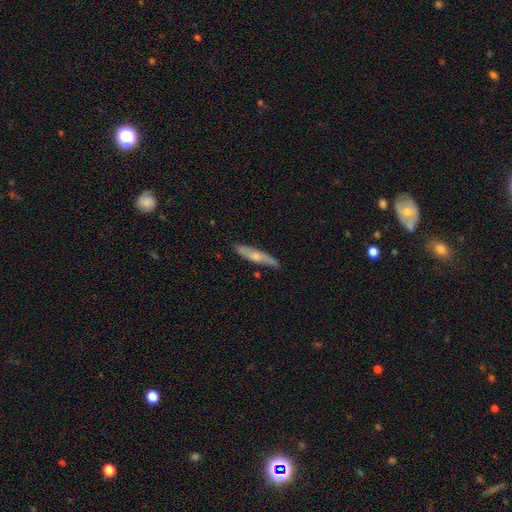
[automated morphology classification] This is possibly a smooth galaxy (48%). Merging: clearly none (81%).